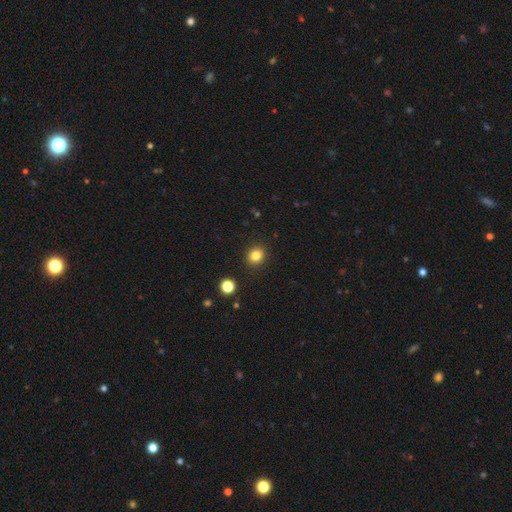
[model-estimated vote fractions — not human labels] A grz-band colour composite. It shows a smooth galaxy with no disk features (83%) that is round (69%). Merging: none (90%).